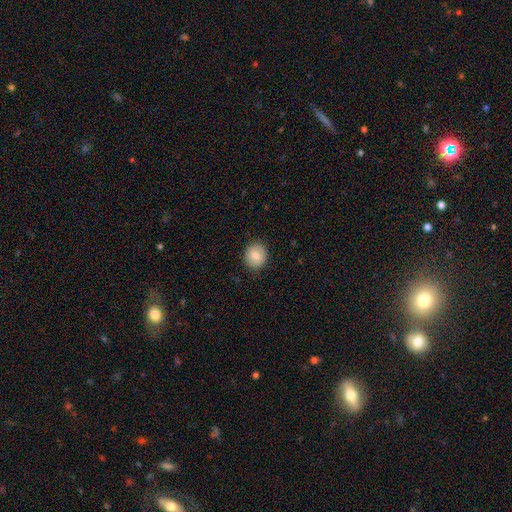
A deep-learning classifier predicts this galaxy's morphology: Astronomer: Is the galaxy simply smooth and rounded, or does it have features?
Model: smooth — 82%.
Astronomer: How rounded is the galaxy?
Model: round — 80%.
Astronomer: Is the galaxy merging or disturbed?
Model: none — 88%.